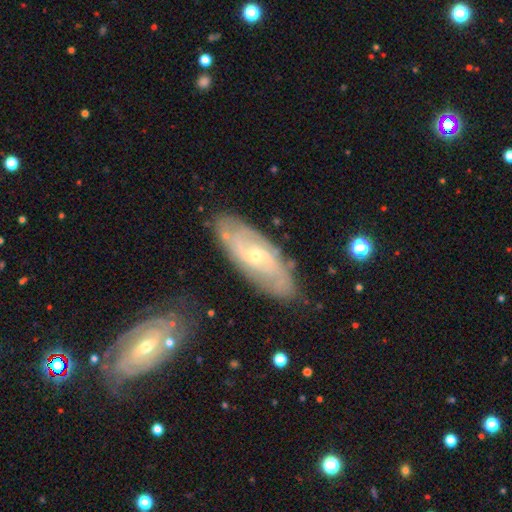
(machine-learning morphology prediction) This appears to be a featured or disk galaxy (78%) with no bar (46%), 2 (59%) medium (40%, tied with tight) spiral arms (87%) and a small central bulge (71%). Merging: none (79%).